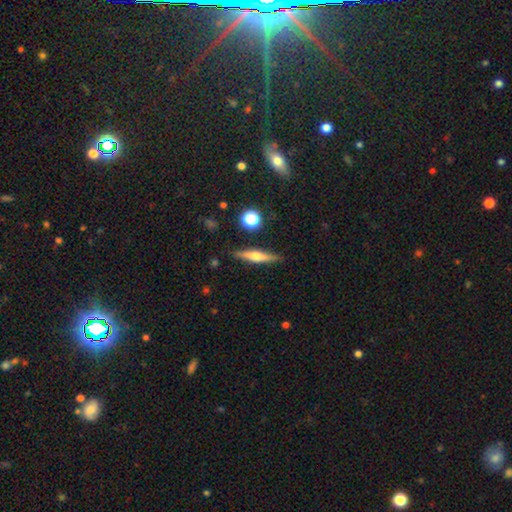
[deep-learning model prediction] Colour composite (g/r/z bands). It shows a featured or disk galaxy (57%) viewed edge-on (95%) with a rounded central bulge (90%). Merging: none (87%).